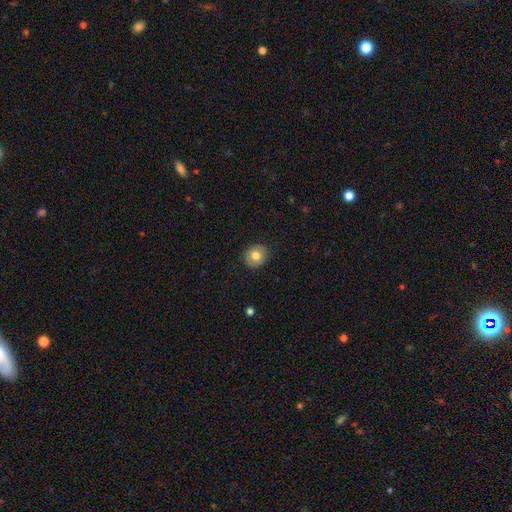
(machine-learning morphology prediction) This appears to be a smooth galaxy with no disk features (72%) that is round (79%). Merging: none (88%).